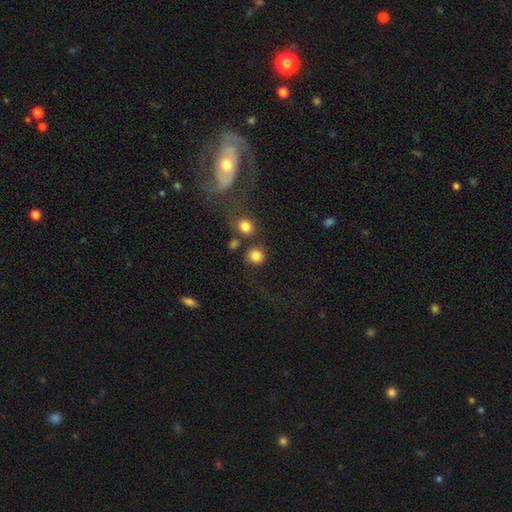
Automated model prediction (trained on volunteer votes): smooth_or_featured: smooth (p=0.84) [alt: star or artifact p=0.10]
how_rounded: round (p=0.90) [alt: in between p=0.09]
merging: none (p=0.69) [alt: merger p=0.14]